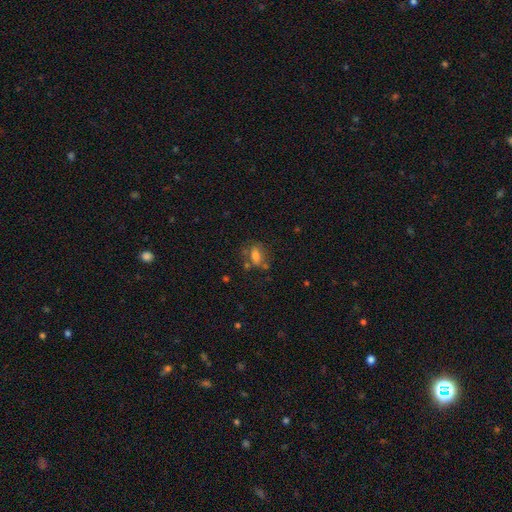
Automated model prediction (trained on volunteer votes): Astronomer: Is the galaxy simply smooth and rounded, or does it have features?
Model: smooth — 64%.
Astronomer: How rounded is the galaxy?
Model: in between — 76%.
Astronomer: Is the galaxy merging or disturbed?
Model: none — 52%.